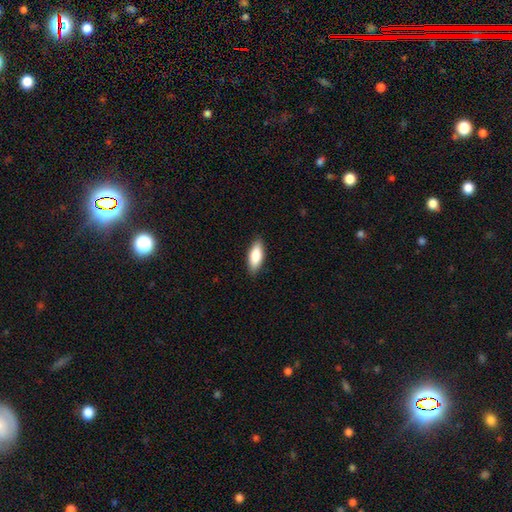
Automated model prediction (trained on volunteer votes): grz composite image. It shows a smooth galaxy with no disk features (82%) that is in between round and cigar-shaped (77%). Merging: none (88%).